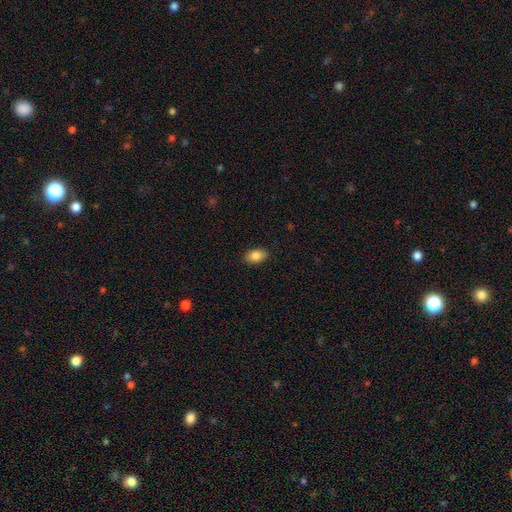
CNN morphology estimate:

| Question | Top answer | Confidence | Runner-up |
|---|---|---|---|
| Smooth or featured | smooth | 84% | featured or disk (8%) |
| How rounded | in between | 88% | round (11%) |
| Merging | none | 89% | minor disturbance (8%) |